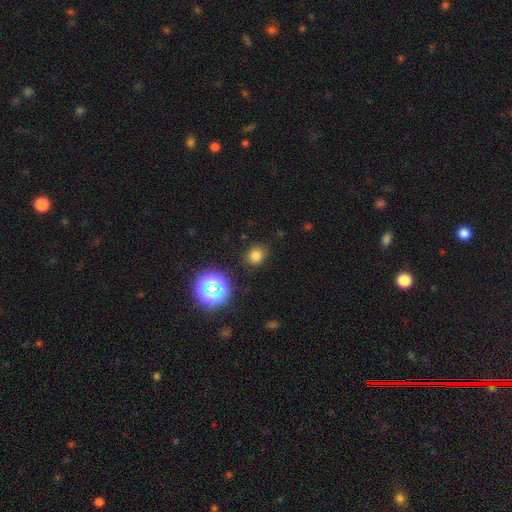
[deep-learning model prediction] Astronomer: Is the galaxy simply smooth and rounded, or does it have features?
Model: smooth — 74%.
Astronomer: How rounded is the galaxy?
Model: round — 74%.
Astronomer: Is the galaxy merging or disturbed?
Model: none — 84%.